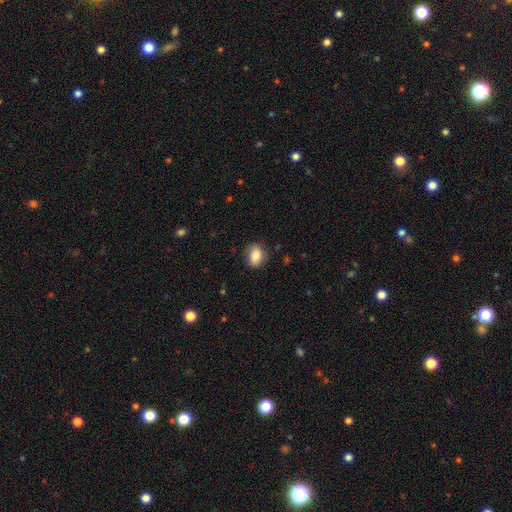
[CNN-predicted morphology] A smooth galaxy with no disk features (85%) that is in between round and cigar-shaped (65%).

Vote fractions:
- Smooth or featured? smooth: 85% / star or artifact: 8% / featured or disk: 7%
- How rounded? in between: 65% / round: 34% / cigar-shaped: 1%
- Merging? none: 84% / minor disturbance: 12% / major disturbance: 3% / merger: 1%